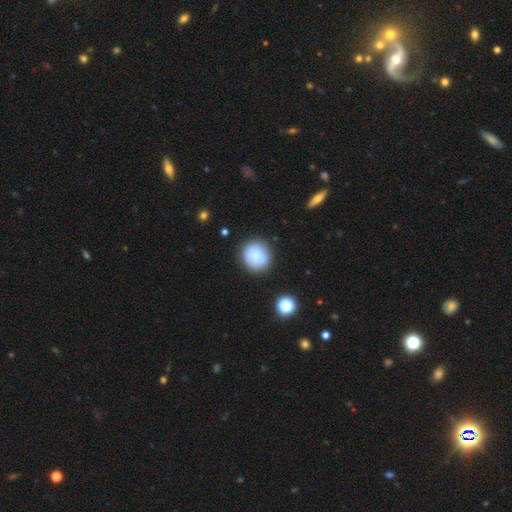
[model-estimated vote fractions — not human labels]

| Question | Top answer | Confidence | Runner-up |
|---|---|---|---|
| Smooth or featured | smooth | 85% | star or artifact (9%) |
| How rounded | round | 85% | in between (14%) |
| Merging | none | 85% | minor disturbance (10%) |